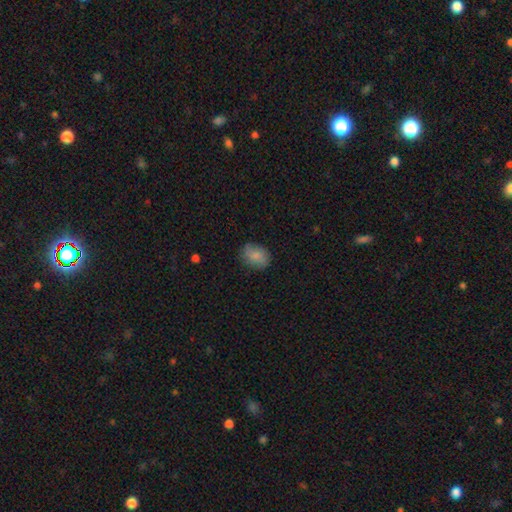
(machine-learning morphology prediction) smooth_or_featured: smooth (p=0.83) [alt: featured or disk p=0.09]
how_rounded: in between (p=0.64) [alt: round p=0.35]
merging: none (p=0.79) [alt: minor disturbance p=0.16]